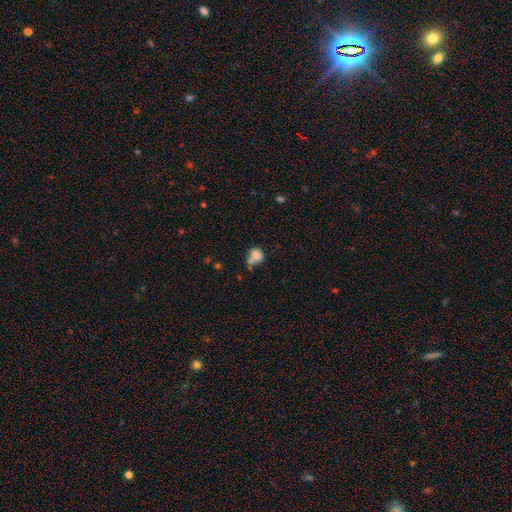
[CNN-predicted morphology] Smooth or featured: smooth — 77% (featured or disk — 12%)
How rounded: round — 57% (in between — 42%)
Merging: merger — 41% (none — 35%)